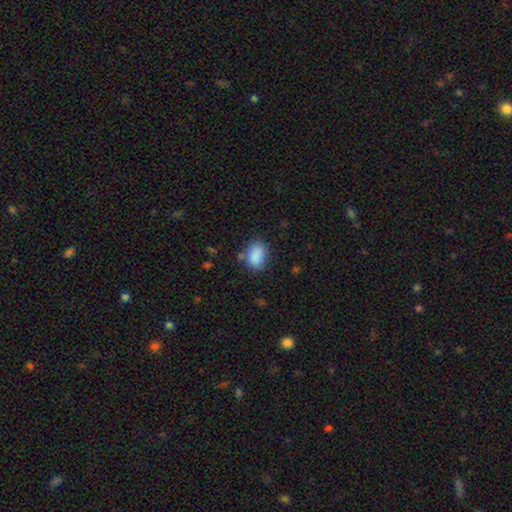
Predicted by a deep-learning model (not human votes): smooth 87%, star or artifact 8%, featured or disk 5%. Down the decision tree: how rounded — in between (83%); merging — none (70%).